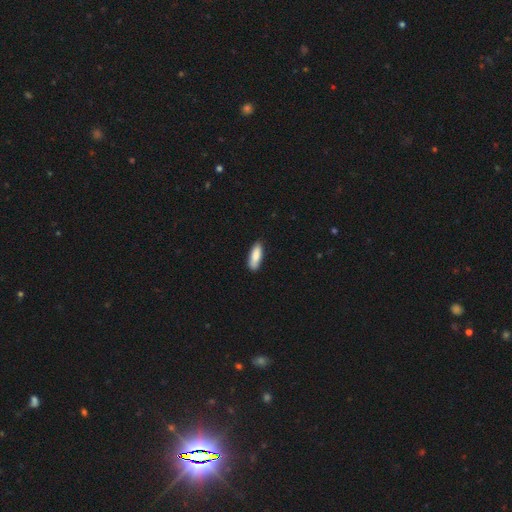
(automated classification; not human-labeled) This appears to be a smooth galaxy with no disk features (87%) that is in between round and cigar-shaped (61%). Merging: none (84%).